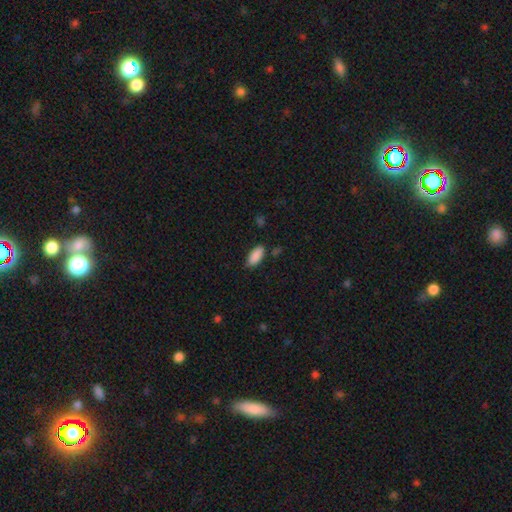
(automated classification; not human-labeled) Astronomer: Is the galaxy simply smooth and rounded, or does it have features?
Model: smooth — 90%.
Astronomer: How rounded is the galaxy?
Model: in between — 86%.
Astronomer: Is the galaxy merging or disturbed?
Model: none — 80%.